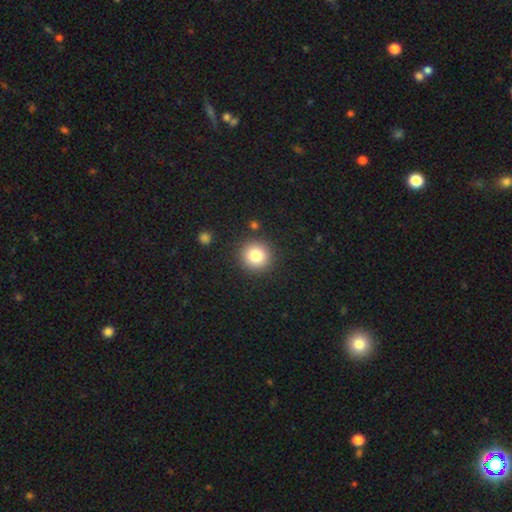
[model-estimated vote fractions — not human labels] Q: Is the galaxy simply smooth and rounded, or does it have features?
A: smooth — 81%.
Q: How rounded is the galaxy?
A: round — 94%.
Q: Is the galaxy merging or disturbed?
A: none — 89%.